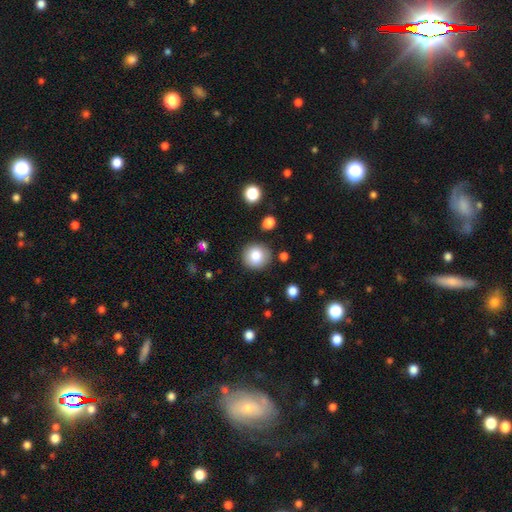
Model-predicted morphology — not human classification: Smooth or featured: smooth — 82% (star or artifact — 9%)
How rounded: round — 91% (in between — 8%)
Merging: none — 87% (minor disturbance — 8%)